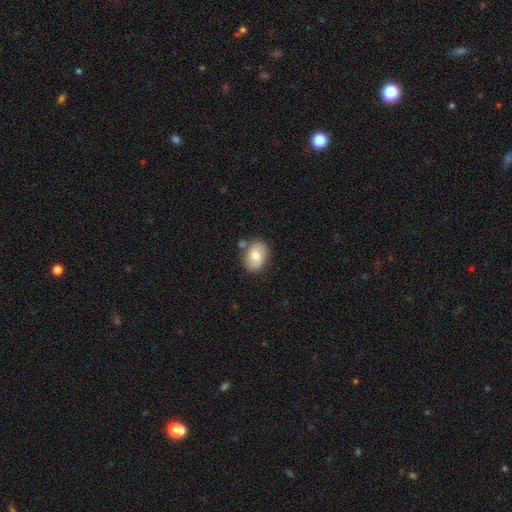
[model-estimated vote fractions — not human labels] Overall: smooth (71%). How rounded: in between (78%). Merging: none (73%).